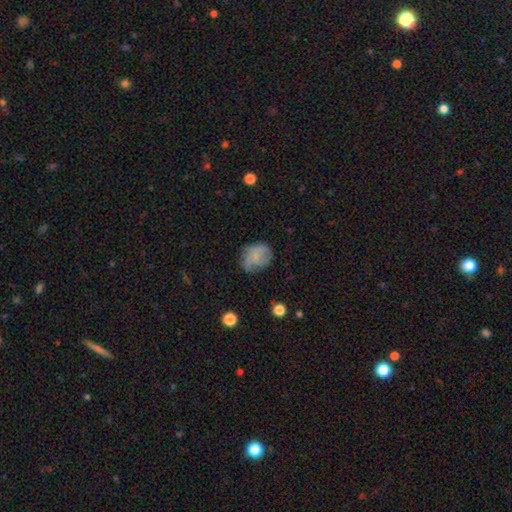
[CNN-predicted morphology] This appears to be a smooth galaxy with no disk features (72%) that is round (51%). Merging: none (59%).